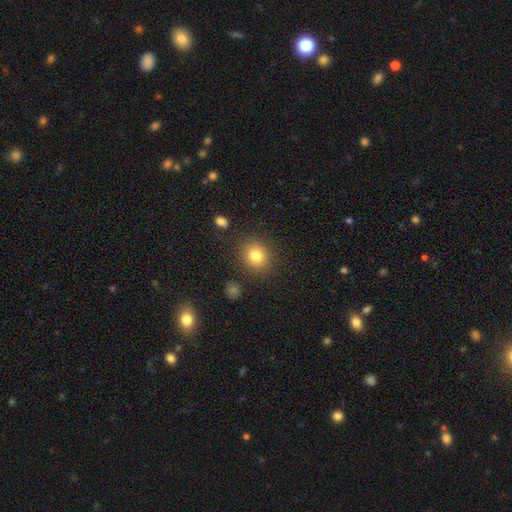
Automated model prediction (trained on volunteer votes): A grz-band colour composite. It shows a smooth galaxy with no disk features (82%) that is round (79%). Merging: none (86%).